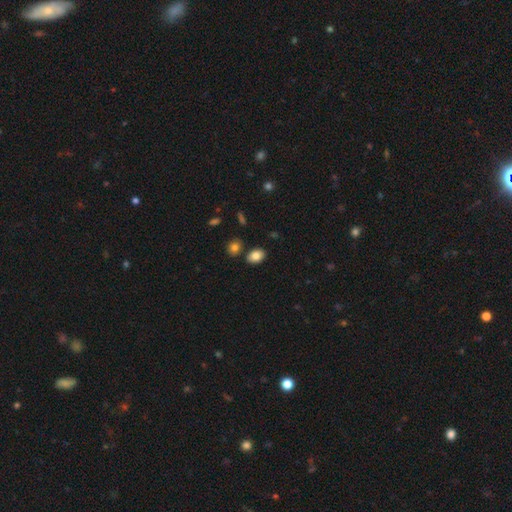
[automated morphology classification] smooth_or_featured: smooth (p=0.84) [alt: star or artifact p=0.08]
how_rounded: in between (p=0.80) [alt: round p=0.19]
merging: none (p=0.81) [alt: minor disturbance p=0.10]